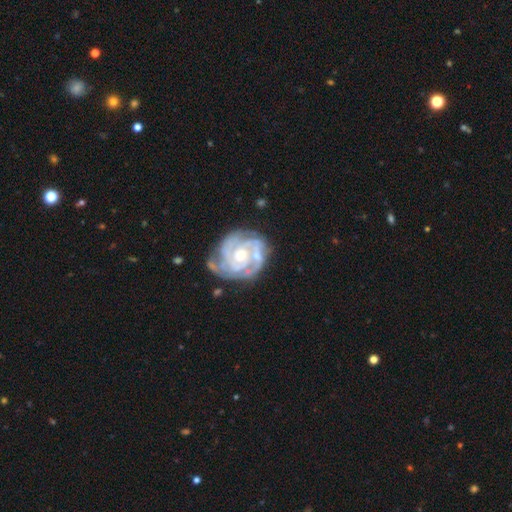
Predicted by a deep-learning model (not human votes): This is clearly a featured or disk galaxy (88%). It is clearly not viewed edge-on (98%). Bar: likely no (74%). Spiral arm pattern: clearly yes (94%). Spiral arm count: marginally 3 (32%). Spiral winding: likely tight (70%). Central bulge: likely moderate (63%). Merging: possibly none (57%).